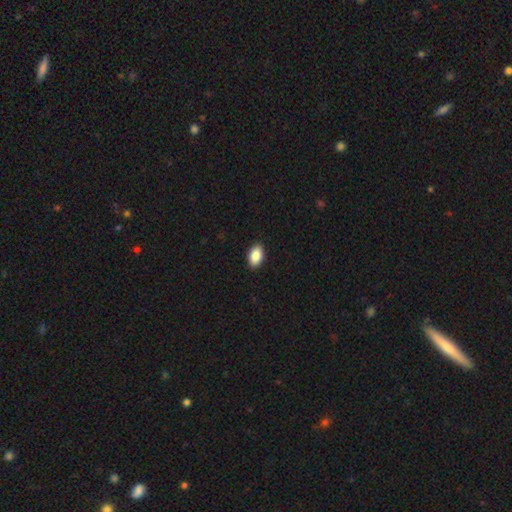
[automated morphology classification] Overall: smooth (89%). How rounded: in between (93%). Merging: none (90%).